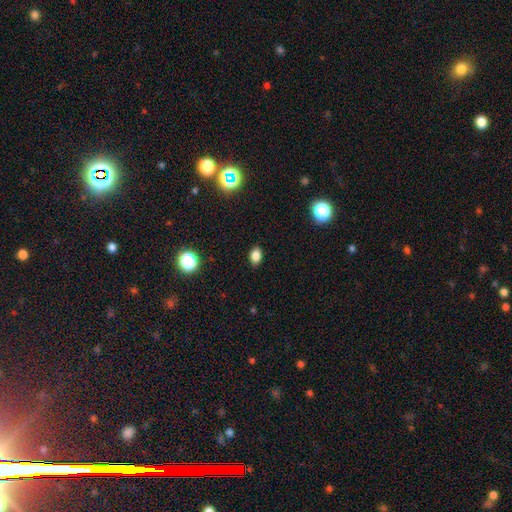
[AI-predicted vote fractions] Smooth or featured? smooth (81%)
How rounded? in between (79%)
Merging? none (88%)